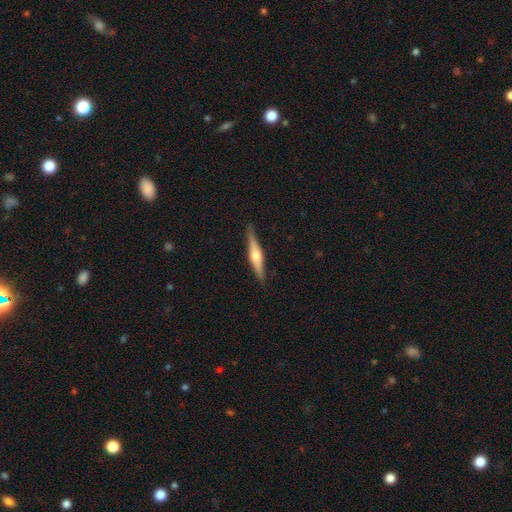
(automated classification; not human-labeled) A featured or disk galaxy (64%) viewed edge-on (97%) with a rounded central bulge (89%).

Vote fractions:
- Smooth or featured? featured or disk: 64% / smooth: 31% / star or artifact: 5%
- Edge-on disk? yes: 97% / no: 3%
- Edge-on bulge? rounded: 89% / boxy: 7% / none: 4%
- Merging? none: 88% / minor disturbance: 9% / major disturbance: 2% / merger: 1%